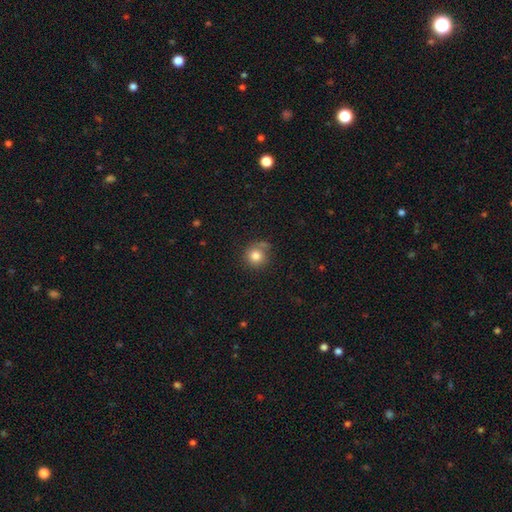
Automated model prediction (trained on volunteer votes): This is clearly a smooth galaxy (81%). How rounded: clearly round (91%). Merging: likely none (70%).